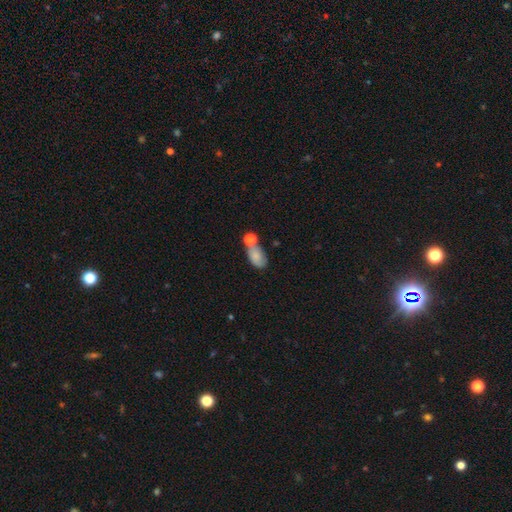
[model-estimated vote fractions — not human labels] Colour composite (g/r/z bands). It shows a smooth galaxy with no disk features (79%) that is in between round and cigar-shaped (89%). Merging: none (44%).